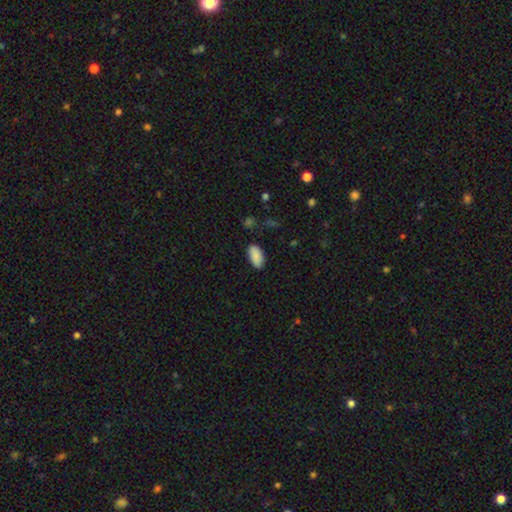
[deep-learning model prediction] A smooth galaxy with no disk features (88%) that is in between round and cigar-shaped (94%).

Vote fractions:
- Smooth or featured? smooth: 88% / star or artifact: 7% / featured or disk: 6%
- How rounded? in between: 94% / cigar-shaped: 3% / round: 3%
- Merging? none: 83% / minor disturbance: 13% / major disturbance: 3% / merger: 1%